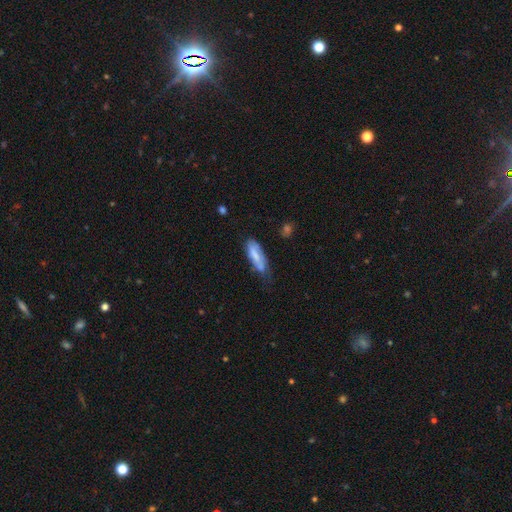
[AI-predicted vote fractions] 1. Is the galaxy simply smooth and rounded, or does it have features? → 65% smooth, 28% featured or disk, 7% star or artifact.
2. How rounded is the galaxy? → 56% in between, 42% cigar-shaped, 2% round.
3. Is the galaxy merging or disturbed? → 41% none, 38% minor disturbance, 16% major disturbance, 6% merger.